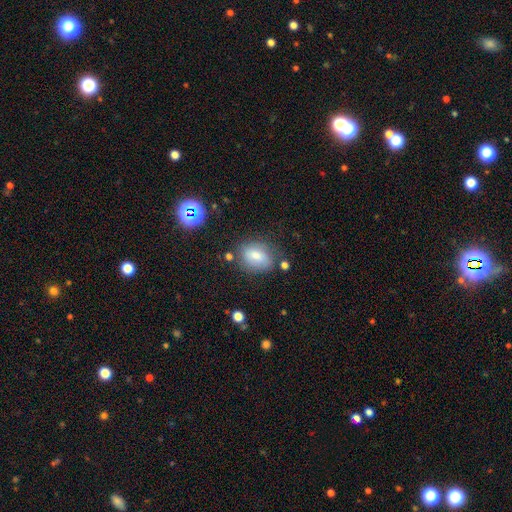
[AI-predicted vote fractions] Smooth or featured? smooth (76%)
How rounded? in between (72%)
Merging? none (70%)